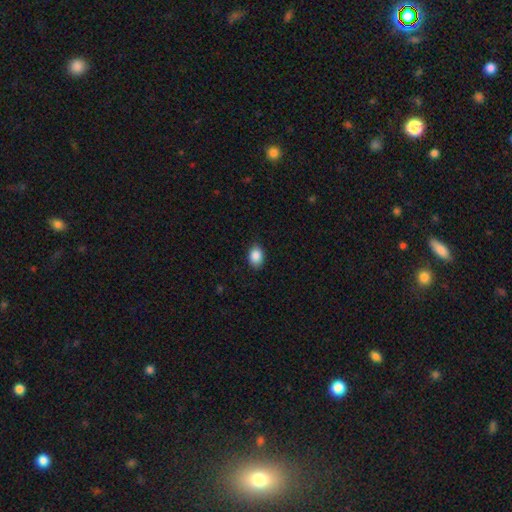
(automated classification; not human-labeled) A smooth galaxy with no disk features (88%) that is in between round and cigar-shaped (72%).

Vote fractions:
- Smooth or featured? smooth: 88% / star or artifact: 8% / featured or disk: 4%
- How rounded? in between: 72% / round: 27% / cigar-shaped: 1%
- Merging? none: 87% / minor disturbance: 10% / major disturbance: 2% / merger: 1%